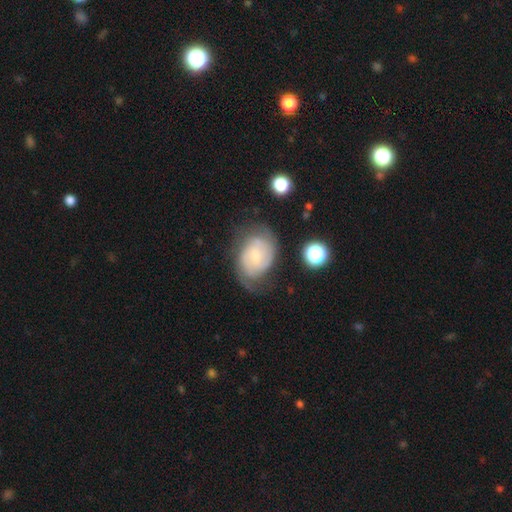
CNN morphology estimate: smooth_or_featured: featured or disk (p=0.70) [alt: smooth p=0.23]
disk_edge_on: no (p=0.97) [alt: yes p=0.03]
bar: no (p=0.57) [alt: weak p=0.37]
has_spiral_arms: yes (p=0.90) [alt: no p=0.10]
spiral_winding: tight (p=0.44) [alt: medium p=0.40]
spiral_arm_count: 2 (p=0.57) [alt: can't tell p=0.26]
bulge_size: small (p=0.65) [alt: moderate p=0.29]
merging: none (p=0.58) [alt: minor disturbance p=0.25]